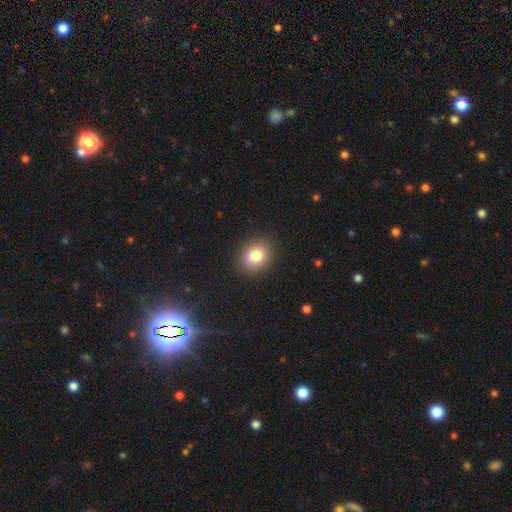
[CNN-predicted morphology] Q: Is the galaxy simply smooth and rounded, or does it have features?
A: smooth — 81%.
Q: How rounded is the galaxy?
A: round — 52%.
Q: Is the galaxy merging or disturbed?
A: none — 87%.